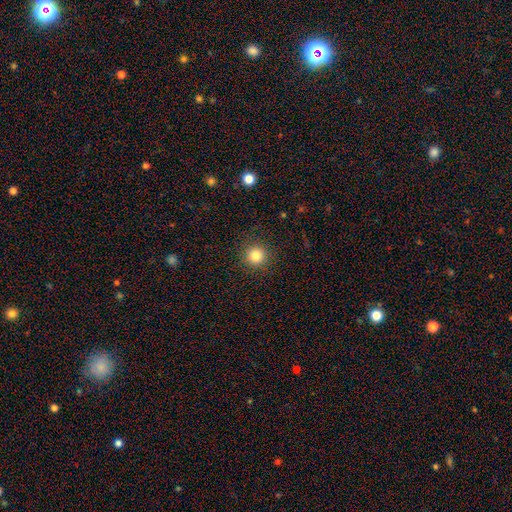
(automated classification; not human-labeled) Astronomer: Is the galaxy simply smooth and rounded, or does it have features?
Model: smooth — 82%.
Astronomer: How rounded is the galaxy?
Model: round — 95%.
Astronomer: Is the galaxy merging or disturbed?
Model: none — 91%.